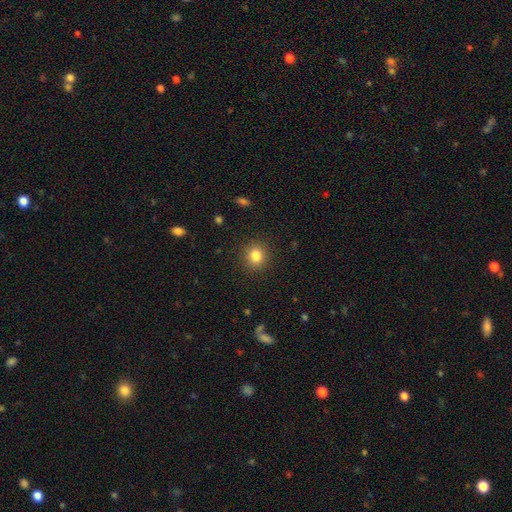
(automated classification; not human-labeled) This is clearly a smooth galaxy (83%). How rounded: clearly round (81%). Merging: clearly none (90%).